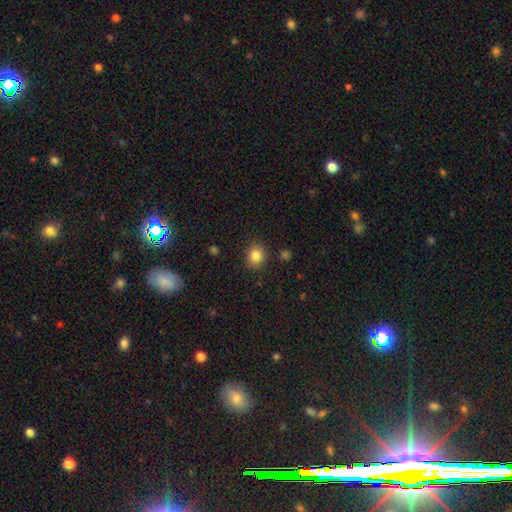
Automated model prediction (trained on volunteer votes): The model was most divided on "how rounded": round: 71%, in between: 28%, cigar-shaped: 1%. More confident: merging — none (87%); smooth or featured — smooth (84%).